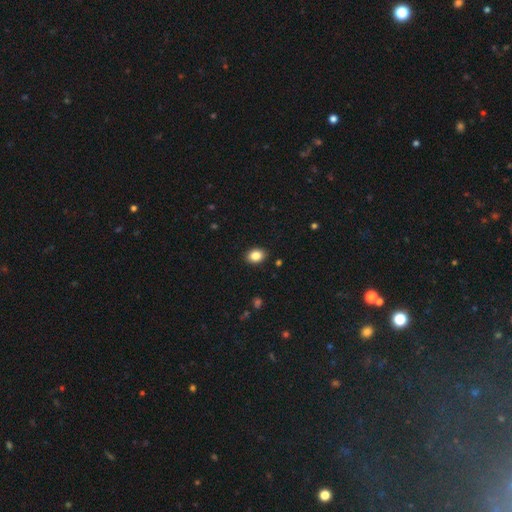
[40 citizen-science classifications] Overall: smooth (98%). How rounded: in between (79%). Merging: none (95%).